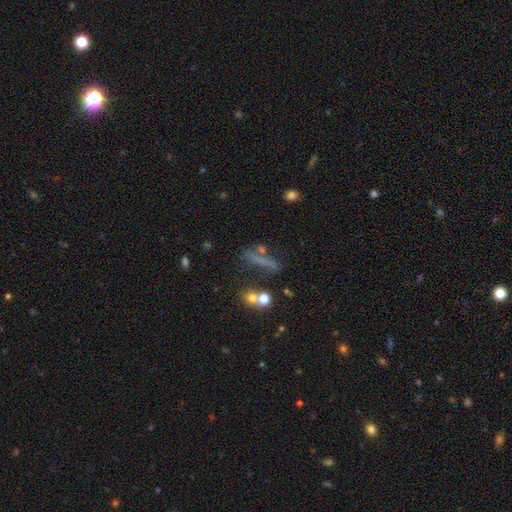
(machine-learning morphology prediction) This is possibly a smooth galaxy (45%). Merging: possibly none (57%).